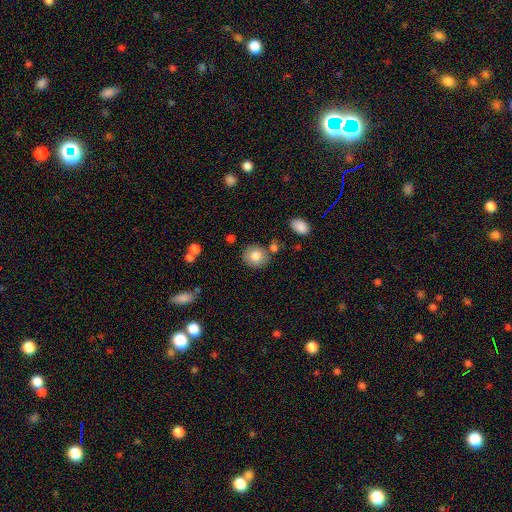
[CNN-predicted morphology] Smooth or featured? smooth (80%)
How rounded? round (76%)
Merging? none (78%)